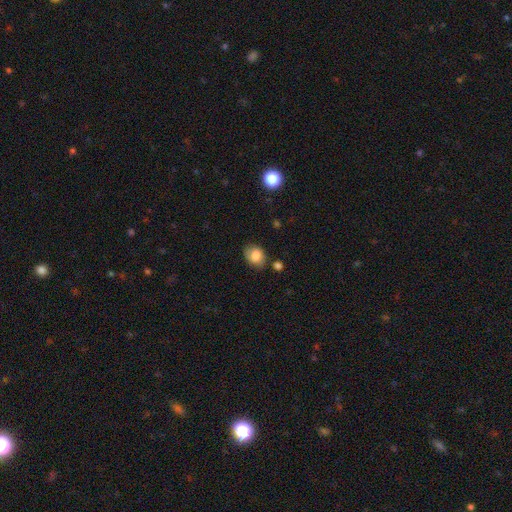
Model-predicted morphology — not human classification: Overall: smooth (75%). How rounded: in between (59%; round 40%). Merging: none (73%).